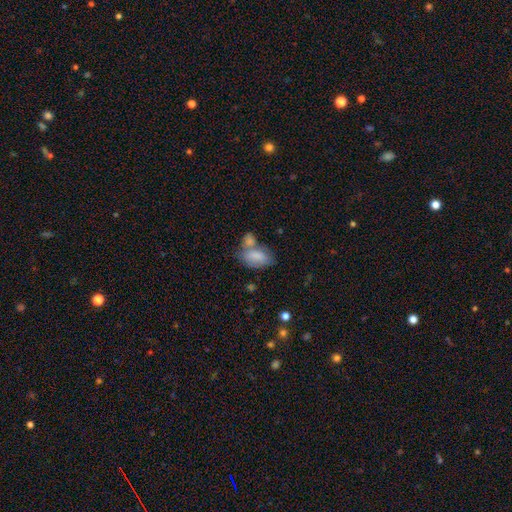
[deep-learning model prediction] A smooth galaxy with no disk features (79%) that is in between round and cigar-shaped (91%).

Vote fractions:
- Smooth or featured? smooth: 79% / featured or disk: 13% / star or artifact: 7%
- How rounded? in between: 91% / round: 6% / cigar-shaped: 2%
- Merging? merger: 44% / none: 33% / minor disturbance: 16% / major disturbance: 8%